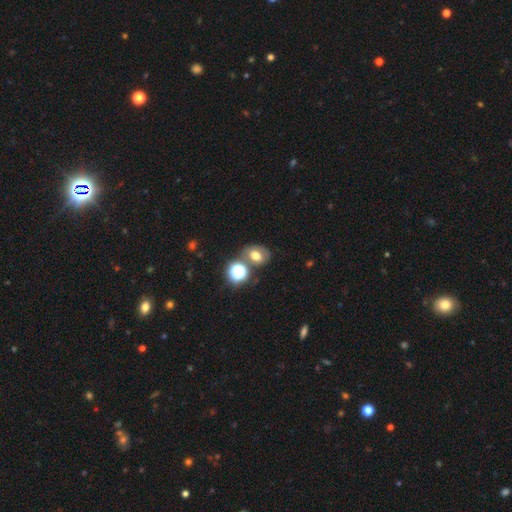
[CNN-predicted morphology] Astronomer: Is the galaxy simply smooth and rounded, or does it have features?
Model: smooth — 60%.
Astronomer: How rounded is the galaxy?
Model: in between — 60% (runner-up: round, 39%).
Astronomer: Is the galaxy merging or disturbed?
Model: none — 60%.